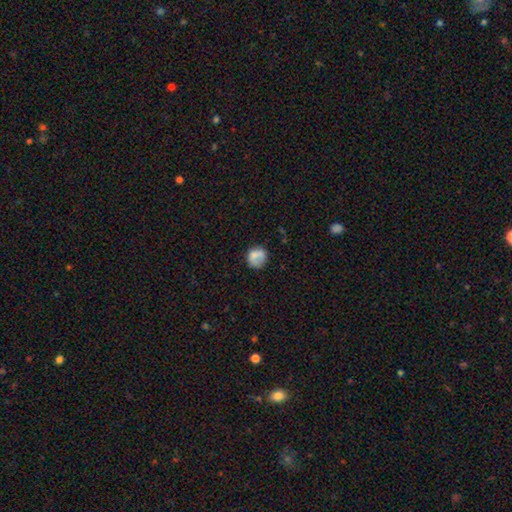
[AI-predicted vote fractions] A smooth galaxy with no disk features (73%) that is round (80%). Merging: none (61%).